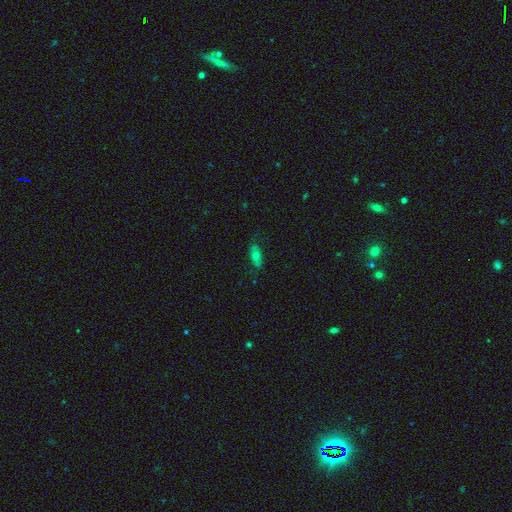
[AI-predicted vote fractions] Smooth or featured?
  - smooth: 53% *
  - featured or disk: 37%
  - star or artifact: 10%
How rounded?
  - in between: 79% *
  - cigar-shaped: 13%
  - round: 7%
Merging?
  - none: 75% *
  - minor disturbance: 19%
  - major disturbance: 5%
  - merger: 2%